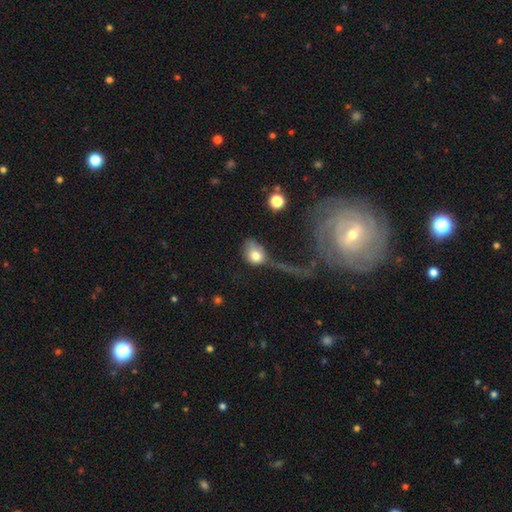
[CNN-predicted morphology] smooth 74%, featured or disk 17%, star or artifact 9%. Down the decision tree: how rounded — in between (58%); merging — major disturbance (45%).